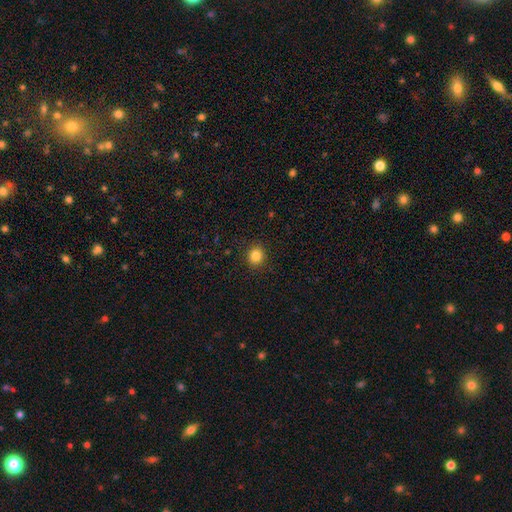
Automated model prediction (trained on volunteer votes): Smooth or featured?
  - smooth: 84% *
  - star or artifact: 11%
  - featured or disk: 5%
How rounded?
  - round: 80% *
  - in between: 19%
  - cigar-shaped: 1%
Merging?
  - none: 91% *
  - minor disturbance: 6%
  - major disturbance: 2%
  - merger: 1%